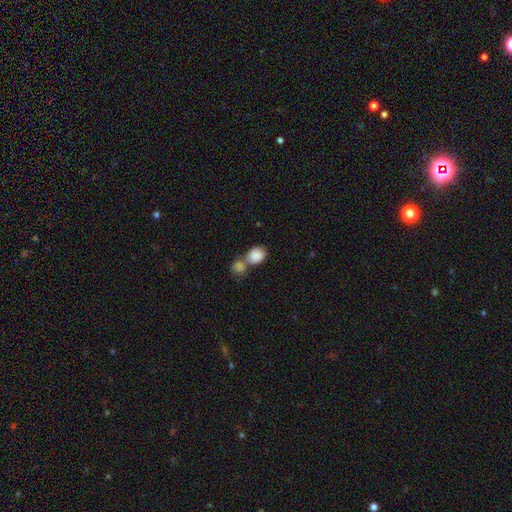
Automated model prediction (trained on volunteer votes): Smooth or featured?
  - smooth: 86% *
  - star or artifact: 7%
  - featured or disk: 7%
How rounded?
  - in between: 52% *
  - round: 47%
  - cigar-shaped: 1%
Merging?
  - merger: 59% *
  - none: 29%
  - minor disturbance: 8%
  - major disturbance: 4%